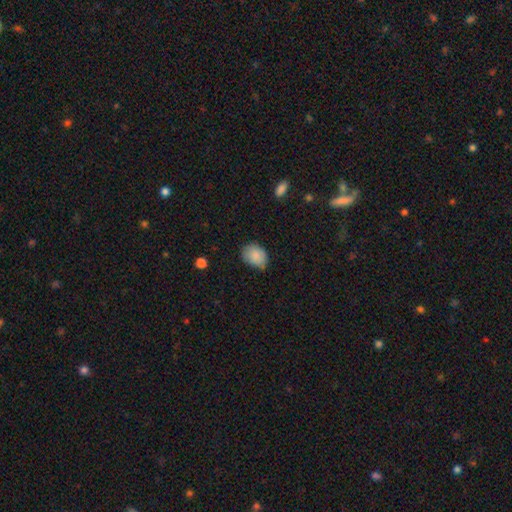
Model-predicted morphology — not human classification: This is clearly a smooth galaxy (86%). How rounded: likely in between (65%). Merging: likely none (65%).